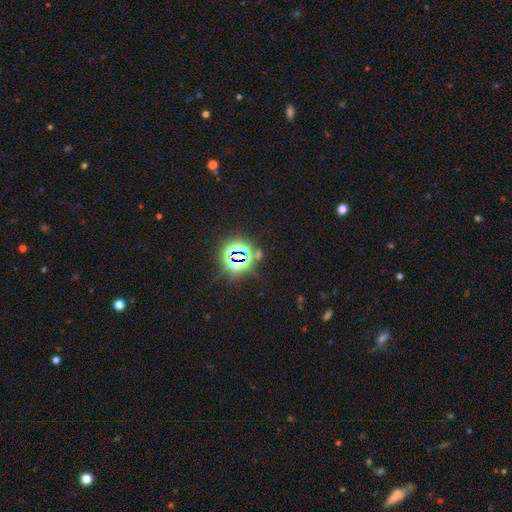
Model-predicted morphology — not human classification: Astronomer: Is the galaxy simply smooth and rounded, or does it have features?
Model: star or artifact — 79%.